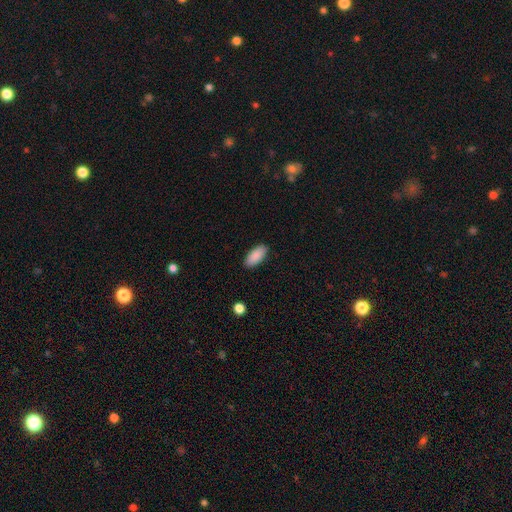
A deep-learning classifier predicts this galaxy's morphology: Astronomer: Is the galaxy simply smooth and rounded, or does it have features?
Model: smooth — 90%.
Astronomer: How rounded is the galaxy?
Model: in between — 90%.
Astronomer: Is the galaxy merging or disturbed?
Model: none — 88%.